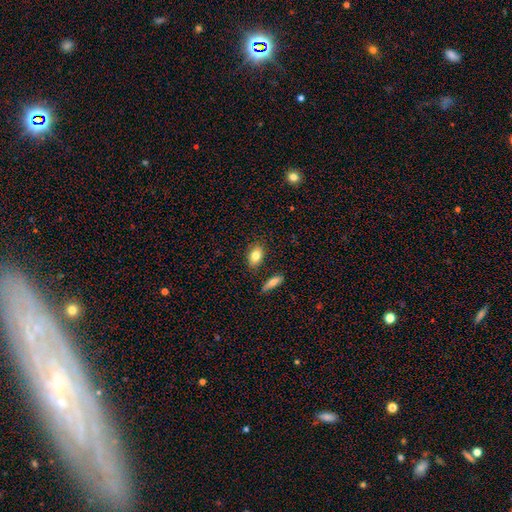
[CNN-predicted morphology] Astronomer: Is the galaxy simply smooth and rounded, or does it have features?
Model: smooth — 81%.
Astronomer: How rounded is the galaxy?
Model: in between — 84%.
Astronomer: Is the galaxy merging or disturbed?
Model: none — 80%.